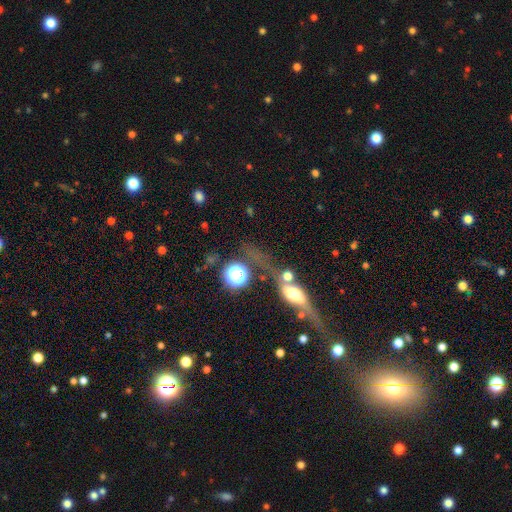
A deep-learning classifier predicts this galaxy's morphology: Q: Smooth or featured?
A: featured or disk (45%); runner-up: smooth (30%)
Q: Merging?
A: none (61%); runner-up: merger (14%)